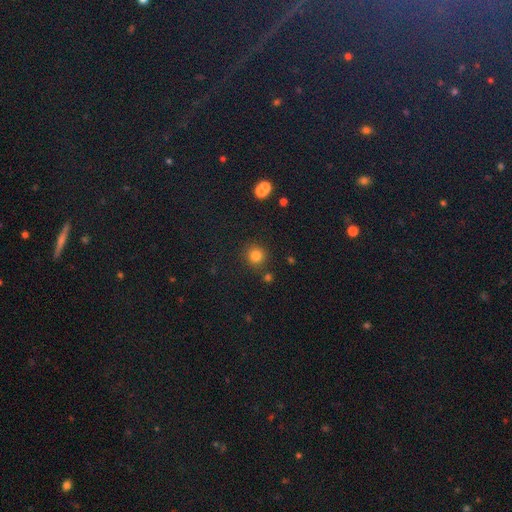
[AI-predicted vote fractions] smooth 81%, star or artifact 14%, featured or disk 5%. Down the decision tree: how rounded — round (93%); merging — none (84%).